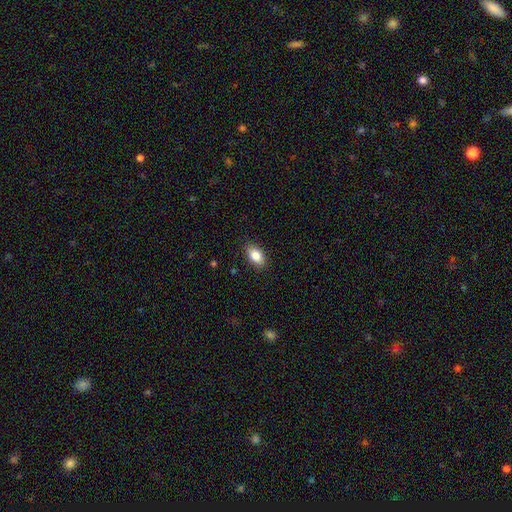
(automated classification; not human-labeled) This is clearly a smooth galaxy (84%). How rounded: clearly in between (90%). Merging: clearly none (88%).